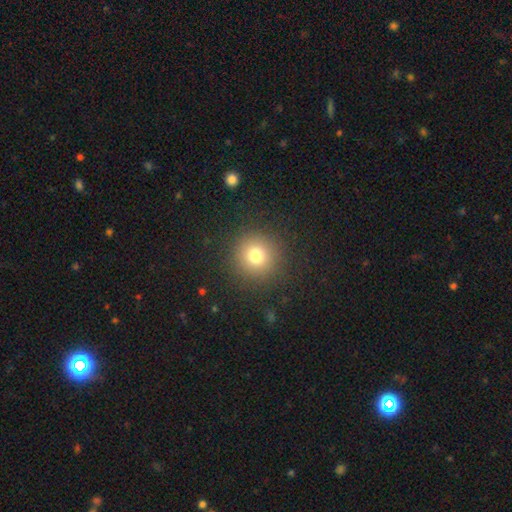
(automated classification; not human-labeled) Smooth or featured?
  - smooth: 76% *
  - star or artifact: 15%
  - featured or disk: 9%
How rounded?
  - round: 94% *
  - in between: 5%
  - cigar-shaped: 1%
Merging?
  - none: 90% *
  - minor disturbance: 6%
  - major disturbance: 3%
  - merger: 1%